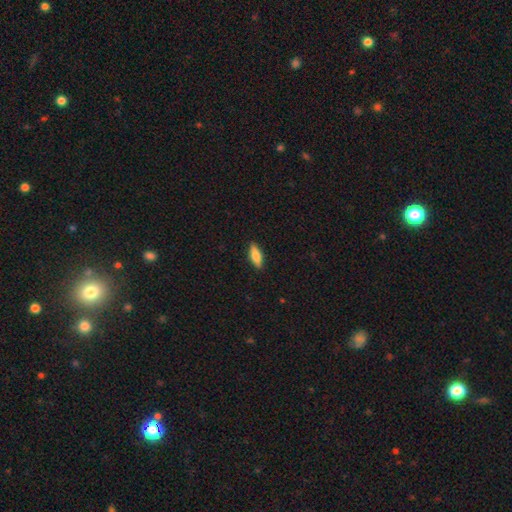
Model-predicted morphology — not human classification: Smooth or featured: smooth — 73% (featured or disk — 21%)
How rounded: in between — 60% (cigar-shaped — 38%)
Merging: none — 89% (minor disturbance — 9%)